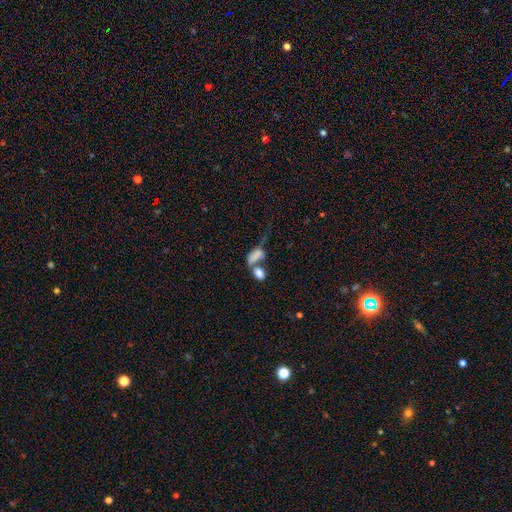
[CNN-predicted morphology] This appears to be a smooth galaxy with no disk features (74%) that is in between round and cigar-shaped (83%). Merging: merger (55%).